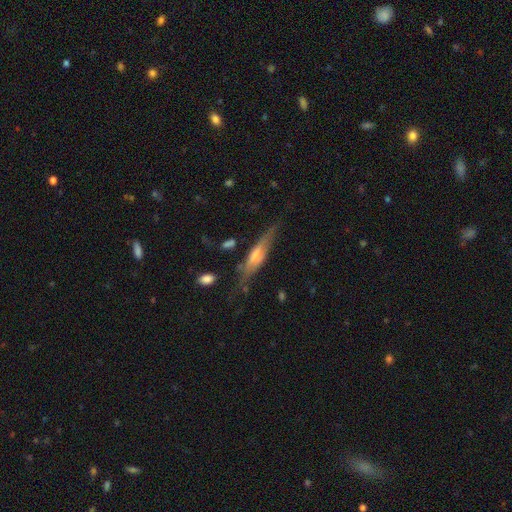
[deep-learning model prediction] The model was most divided on "smooth or featured": featured or disk: 63%, smooth: 30%, star or artifact: 7%. More confident: edge-on disk — yes (88%); merging — none (68%); edge-on bulge — rounded (62%).